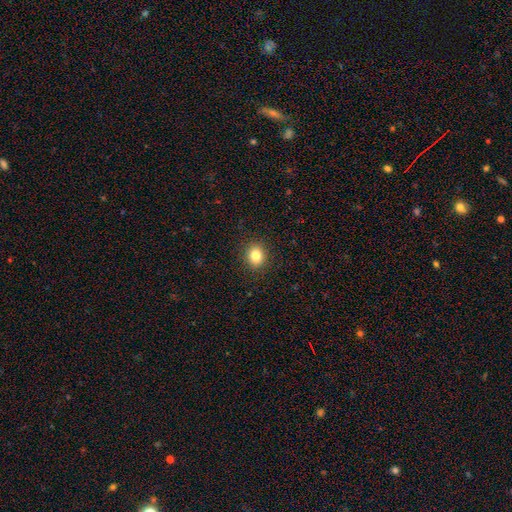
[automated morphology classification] smooth-or-featured: smooth: 83% | star or artifact: 11% | featured or disk: 6%
  how-rounded: round: 66% | in between: 33% | cigar-shaped: 1%
  merging: none: 90% | minor disturbance: 6% | major disturbance: 2% | merger: 1%